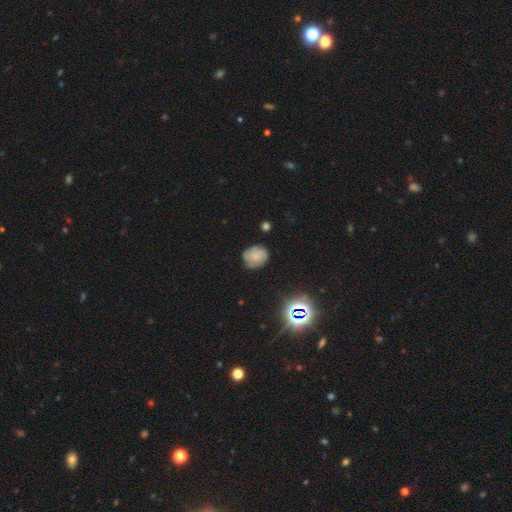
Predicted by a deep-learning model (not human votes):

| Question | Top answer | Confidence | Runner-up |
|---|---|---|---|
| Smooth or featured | featured or disk | 50% | smooth (37%) |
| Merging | none | 71% | minor disturbance (21%) |